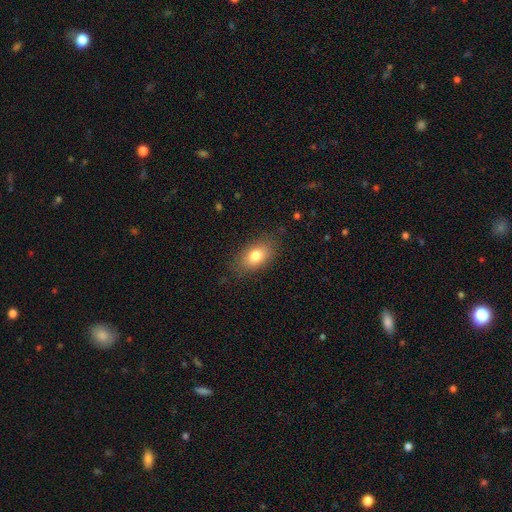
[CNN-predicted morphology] This is likely a smooth galaxy (80%). How rounded: clearly in between (87%). Merging: clearly none (82%).